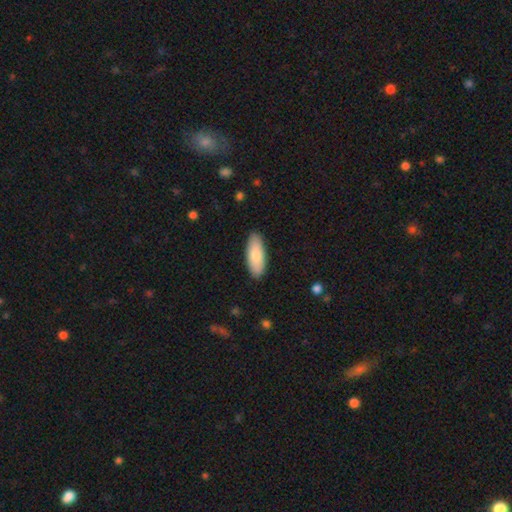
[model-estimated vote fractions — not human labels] Q: Smooth or featured?
A: smooth (81%); runner-up: featured or disk (13%)
Q: How rounded?
A: in between (75%); runner-up: cigar-shaped (24%)
Q: Merging?
A: none (88%); runner-up: minor disturbance (9%)